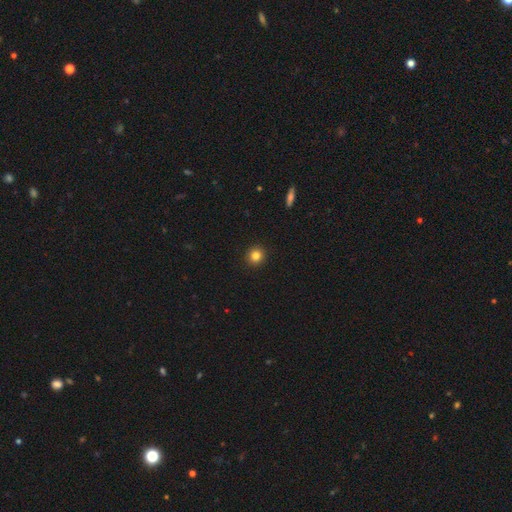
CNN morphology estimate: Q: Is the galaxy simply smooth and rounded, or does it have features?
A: smooth — 83%.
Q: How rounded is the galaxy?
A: round — 91%.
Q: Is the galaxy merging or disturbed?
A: none — 93%.